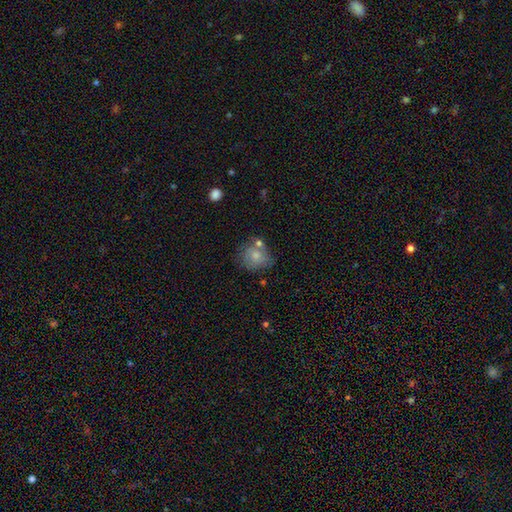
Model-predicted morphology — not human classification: Smooth or featured: smooth — 67% (featured or disk — 25%)
How rounded: round — 76% (in between — 23%)
Merging: none — 46% (minor disturbance — 23%)